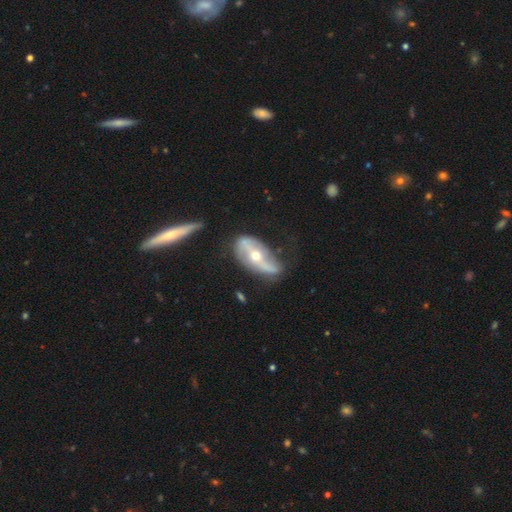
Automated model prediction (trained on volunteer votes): featured or disk 75%, smooth 19%, star or artifact 6%. Down the decision tree: edge-on disk — no (83%); bar — no (39%); spiral arms — yes (73%); bulge size — moderate (56%); merging — none (51%).